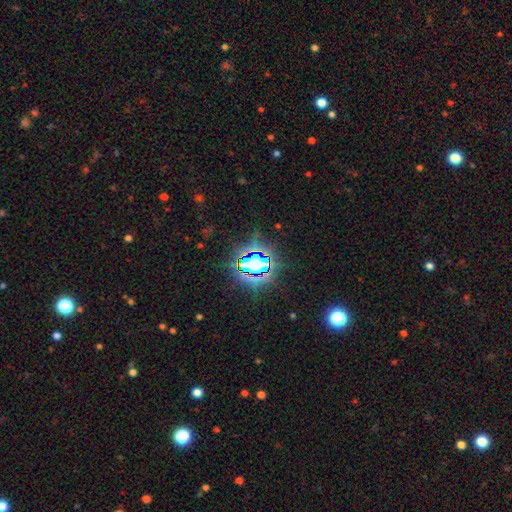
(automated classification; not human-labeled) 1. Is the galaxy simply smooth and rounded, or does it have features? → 78% star or artifact, 13% smooth, 9% featured or disk.